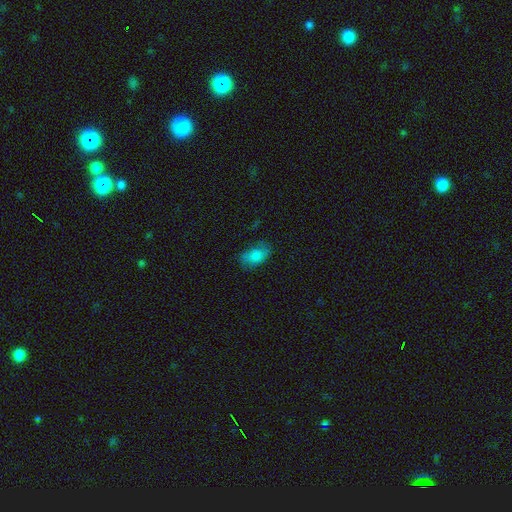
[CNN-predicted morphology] Smooth or featured? smooth (77%)
How rounded? in between (90%)
Merging? none (70%)